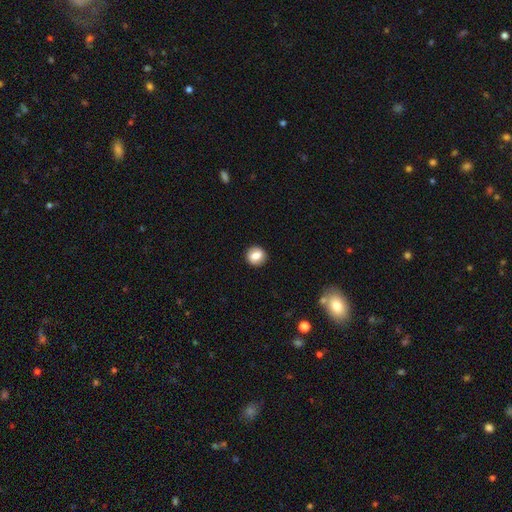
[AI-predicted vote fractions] The model was most divided on "smooth or featured": smooth: 76%, featured or disk: 15%, star or artifact: 9%. More confident: merging — none (90%); how rounded — round (85%).